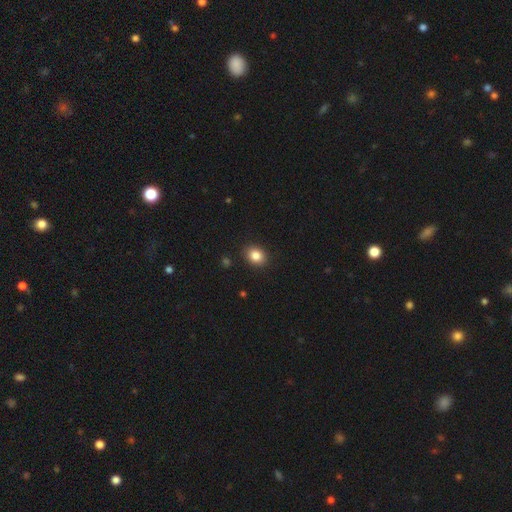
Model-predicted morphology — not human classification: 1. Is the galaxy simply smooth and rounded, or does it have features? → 85% smooth, 9% star or artifact, 5% featured or disk.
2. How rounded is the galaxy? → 51% in between, 49% round, 1% cigar-shaped.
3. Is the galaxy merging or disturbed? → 90% none, 7% minor disturbance, 2% major disturbance, 1% merger.